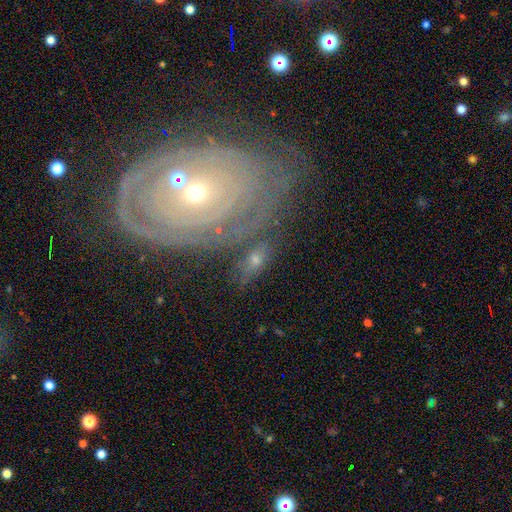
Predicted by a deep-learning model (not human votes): featured or disk 77%, smooth 13%, star or artifact 10%. Down the decision tree: edge-on disk — no (94%); bar — no (83%); spiral arms — yes (78%); spiral arm count — can't tell (50%); spiral winding — tight (83%); bulge size — small (62%); merging — none (59%).